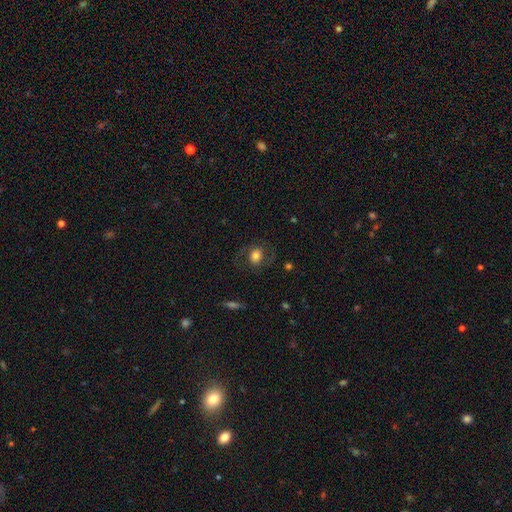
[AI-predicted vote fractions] Smooth or featured? smooth (51%)
How rounded? round (60%)
Merging? none (71%)